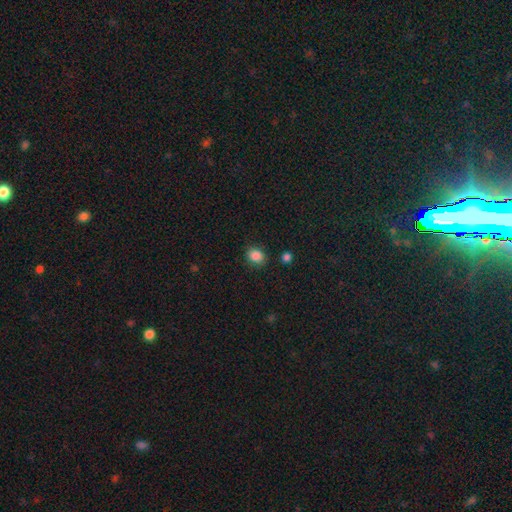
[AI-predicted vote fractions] Smooth or featured?
  - smooth: 86% *
  - star or artifact: 10%
  - featured or disk: 4%
How rounded?
  - round: 51% *
  - in between: 48%
  - cigar-shaped: 1%
Merging?
  - none: 83% *
  - minor disturbance: 11%
  - major disturbance: 3%
  - merger: 3%